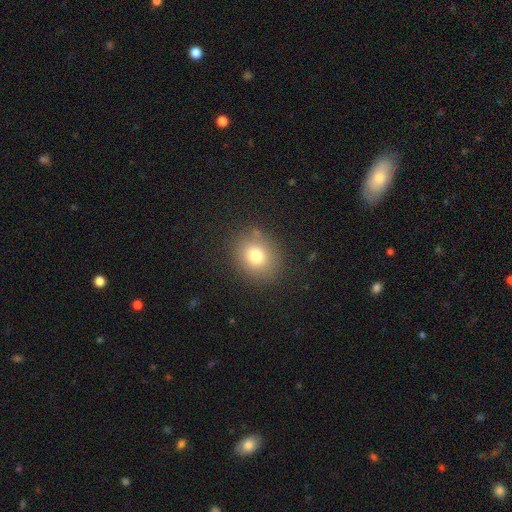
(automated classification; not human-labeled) Overall: smooth (77%). How rounded: round (65%; in between 34%). Merging: none (83%).